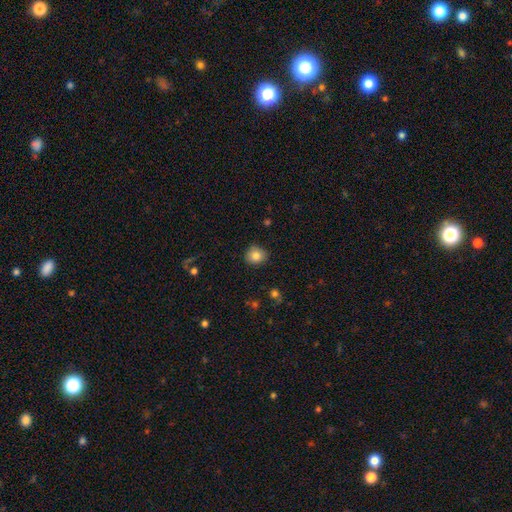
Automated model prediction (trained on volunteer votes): A smooth galaxy with no disk features (84%) that is round (81%).

Vote fractions:
- Smooth or featured? smooth: 84% / star or artifact: 10% / featured or disk: 7%
- How rounded? round: 81% / in between: 18% / cigar-shaped: 1%
- Merging? none: 87% / minor disturbance: 10% / major disturbance: 2% / merger: 1%